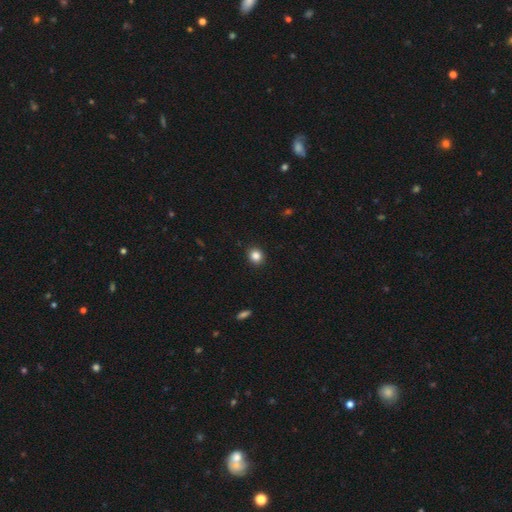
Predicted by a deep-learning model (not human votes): smooth 85%, star or artifact 11%, featured or disk 4%. Down the decision tree: how rounded — round (75%); merging — none (91%).